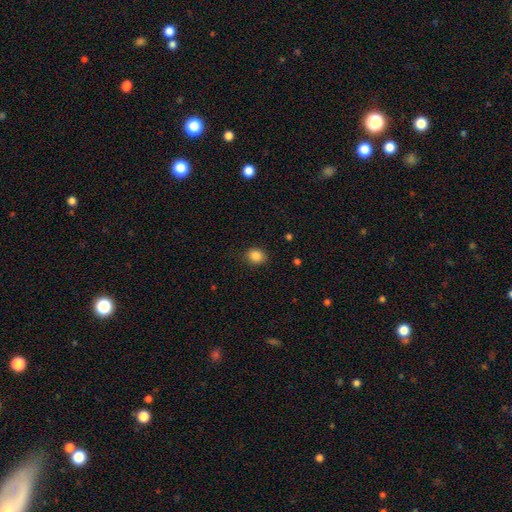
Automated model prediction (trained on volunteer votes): smooth-or-featured: smooth: 87% | star or artifact: 10% | featured or disk: 4%
  how-rounded: round: 61% | in between: 38% | cigar-shaped: 1%
  merging: none: 87% | minor disturbance: 10% | major disturbance: 3% | merger: 1%